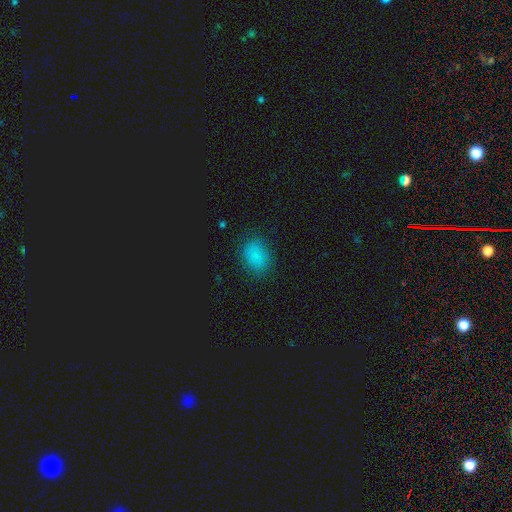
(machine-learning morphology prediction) This appears to be a smooth galaxy with no disk features (81%) that is in between round and cigar-shaped (65%). Merging: none (81%).